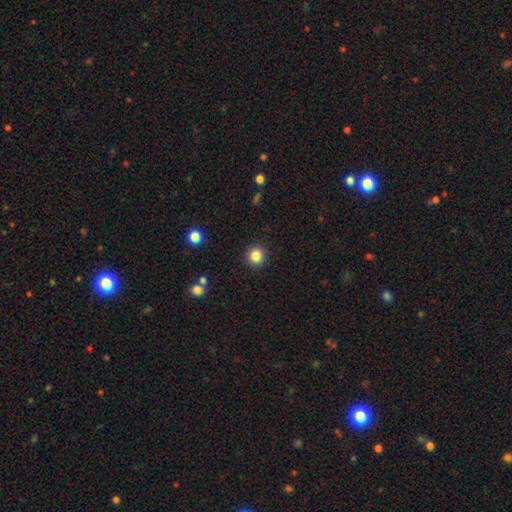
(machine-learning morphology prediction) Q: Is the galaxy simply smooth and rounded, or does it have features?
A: smooth — 83%.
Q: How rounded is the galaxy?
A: round — 93%.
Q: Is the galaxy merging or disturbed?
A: none — 92%.